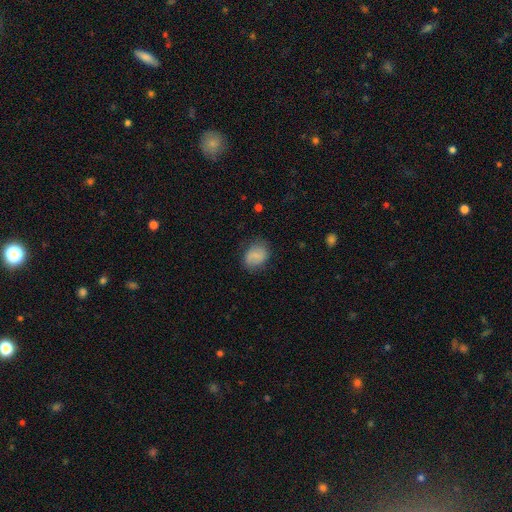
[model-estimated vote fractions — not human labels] The model was most divided on "how rounded": in between: 53%, round: 45%, cigar-shaped: 1%. More confident: merging — none (76%); smooth or featured — smooth (71%).